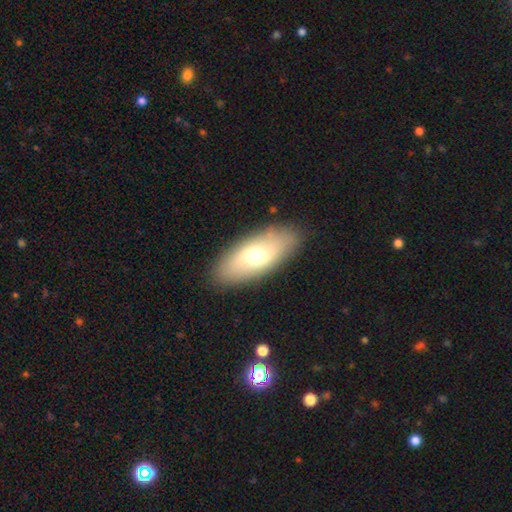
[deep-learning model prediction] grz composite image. It shows a smooth galaxy with no disk features (57%) that is in between round and cigar-shaped (84%). Merging: none (87%).